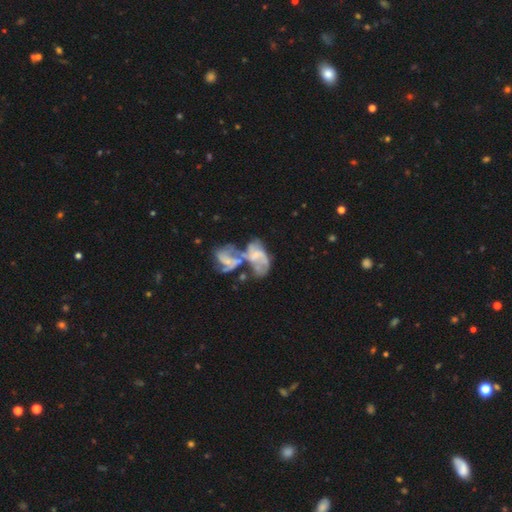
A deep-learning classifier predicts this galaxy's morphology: featured or disk 67%, smooth 23%, star or artifact 10%. Down the decision tree: edge-on disk — no (97%); bar — no (67%); spiral arms — yes (58%); bulge size — none (42%); merging — merger (72%).